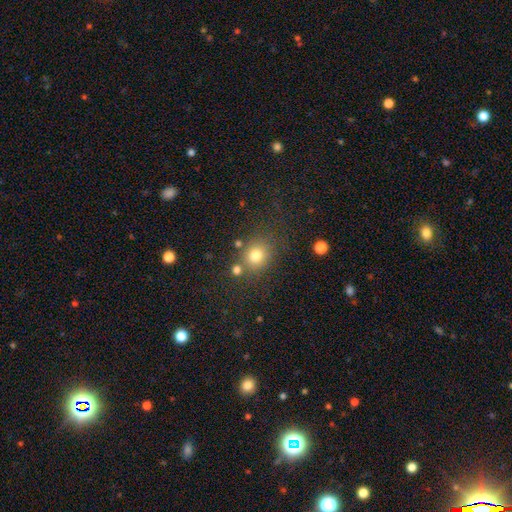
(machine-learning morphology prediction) type=smooth (78%); roundness=round (80%); merging=none (71%).